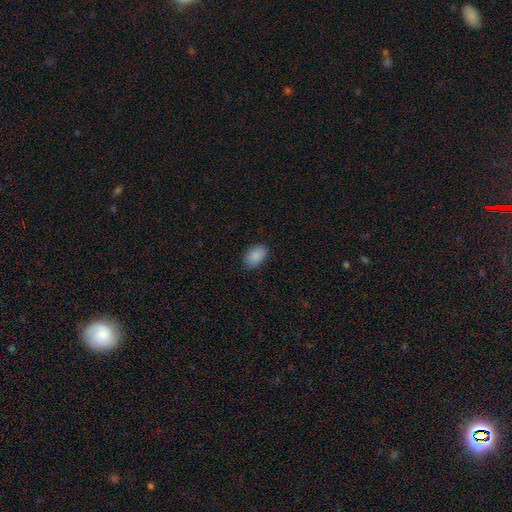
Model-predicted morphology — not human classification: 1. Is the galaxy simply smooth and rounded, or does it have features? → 89% smooth, 7% star or artifact, 4% featured or disk.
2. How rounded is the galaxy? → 89% in between, 10% round, 1% cigar-shaped.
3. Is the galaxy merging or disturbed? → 85% none, 12% minor disturbance, 3% major disturbance, 1% merger.